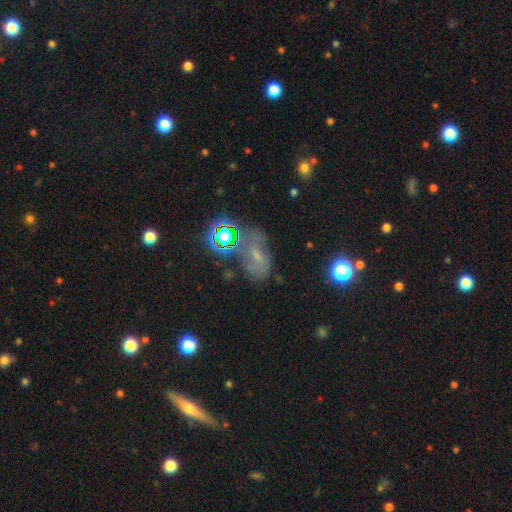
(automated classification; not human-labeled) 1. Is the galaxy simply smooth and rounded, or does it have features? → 36% star or artifact, 34% featured or disk, 30% smooth.